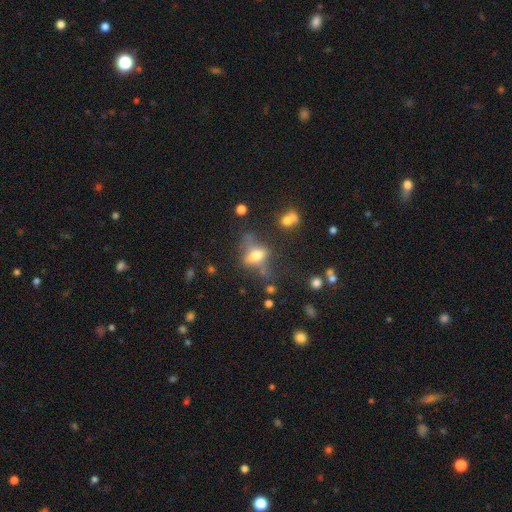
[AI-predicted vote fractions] Smooth or featured?
  - smooth: 47% *
  - featured or disk: 39%
  - star or artifact: 14%
Merging?
  - none: 50% *
  - minor disturbance: 21%
  - major disturbance: 20%
  - merger: 9%